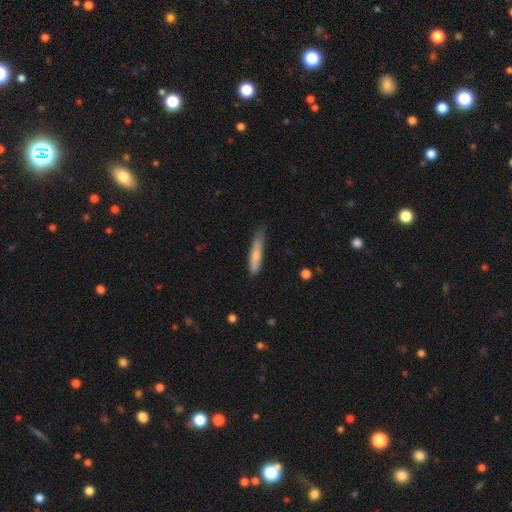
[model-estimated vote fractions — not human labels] The model was most divided on "merging": none: 63%, minor disturbance: 30%, major disturbance: 5%, merger: 2%. More confident: how rounded — cigar-shaped (86%); smooth or featured — smooth (75%).